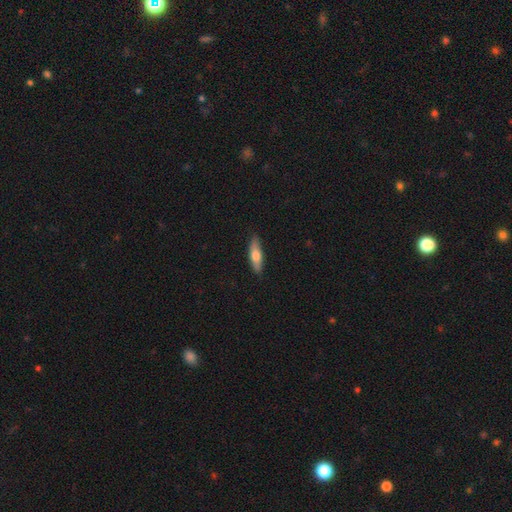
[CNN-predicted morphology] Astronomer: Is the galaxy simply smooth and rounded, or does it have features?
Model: smooth — 64%.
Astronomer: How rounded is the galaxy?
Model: cigar-shaped — 60% (runner-up: in between, 37%).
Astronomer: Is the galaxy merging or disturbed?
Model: none — 86%.